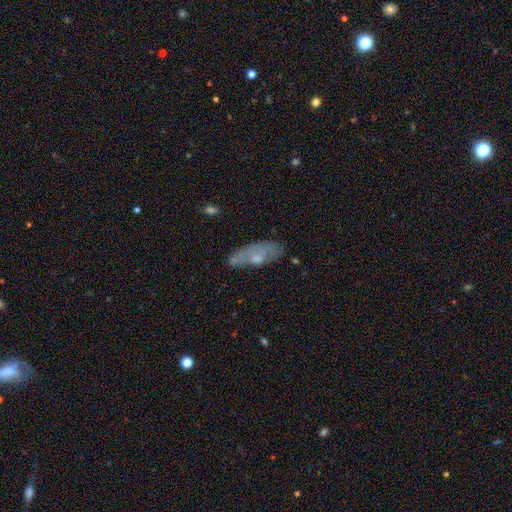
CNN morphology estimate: A smooth galaxy with no disk features (48%). Merging: none (57%).